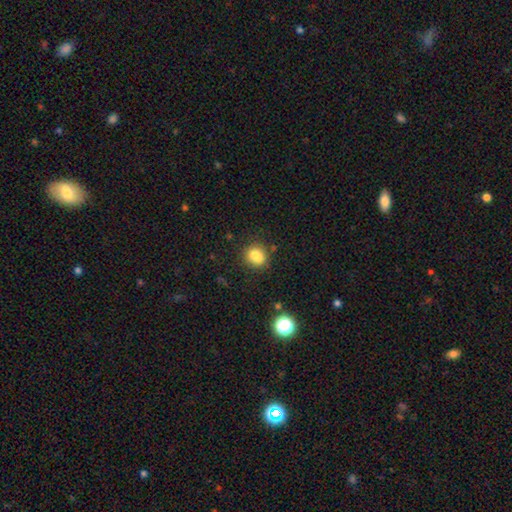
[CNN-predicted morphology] A smooth galaxy with no disk features (79%) that is round (65%). Merging: none (68%).